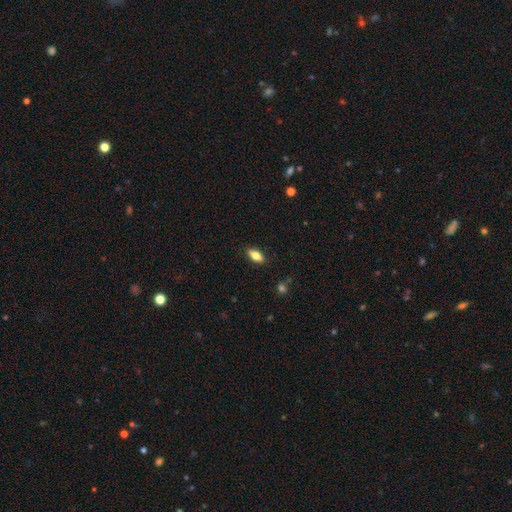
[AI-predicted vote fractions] smooth_or_featured: smooth (p=0.76) [alt: featured or disk p=0.17]
how_rounded: in between (p=0.83) [alt: cigar-shaped p=0.13]
merging: none (p=0.87) [alt: minor disturbance p=0.10]